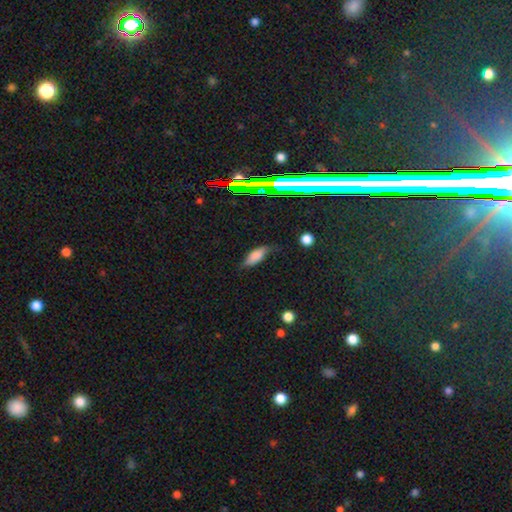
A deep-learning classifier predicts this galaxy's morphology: The model was most divided on "merging": none: 59%, minor disturbance: 31%, major disturbance: 9%, merger: 2%. More confident: how rounded — in between (81%); smooth or featured — smooth (75%).